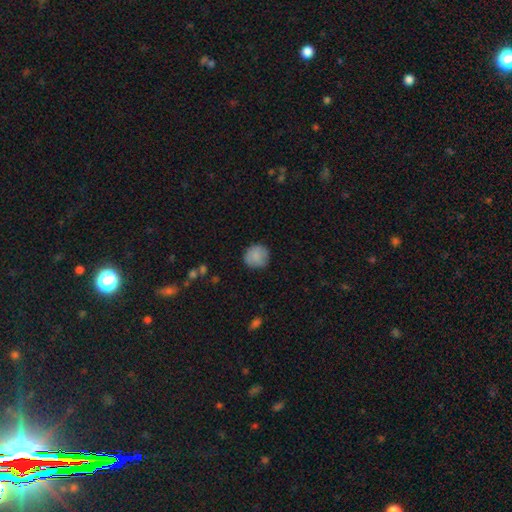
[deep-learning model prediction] smooth_or_featured: smooth (p=0.85) [alt: featured or disk p=0.08]
how_rounded: round (p=0.92) [alt: in between p=0.07]
merging: none (p=0.82) [alt: minor disturbance p=0.13]